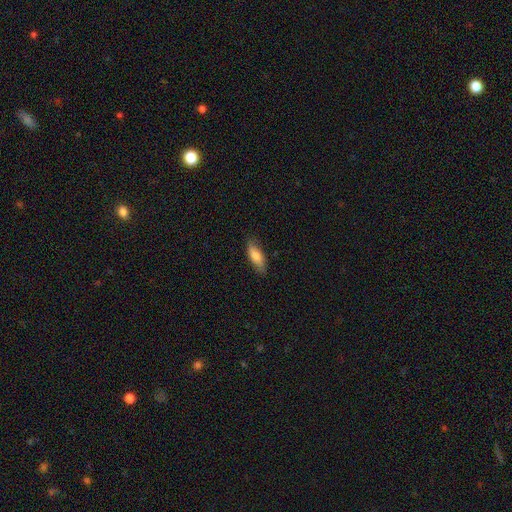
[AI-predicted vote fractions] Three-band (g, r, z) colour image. It shows a smooth galaxy with no disk features (78%) that is in between round and cigar-shaped (63%). Merging: none (81%).